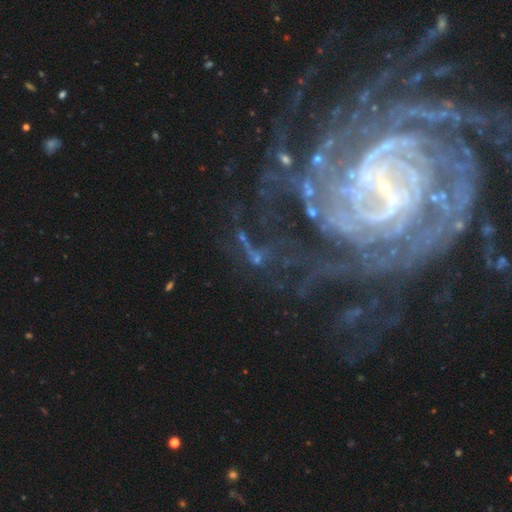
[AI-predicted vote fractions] A featured or disk galaxy (70%) with no bar (46%), tight (48%) spiral arms (88%) and a small central bulge (62%).

Vote fractions:
- Smooth or featured? featured or disk: 70% / star or artifact: 19% / smooth: 11%
- Edge-on disk? no: 94% / yes: 6%
- Bar? no: 46% / weak: 30% / strong: 25%
- Spiral arms? yes: 88% / no: 12%
- Spiral winding? tight: 48% / medium: 34% / loose: 18%
- Spiral arm count? can't tell: 26% / 2: 23% / 3: 16% / 4: 12% / more than 4: 12% / 1: 11%
- Bulge size? small: 62% / moderate: 19% / none: 12% / large: 4% / dominant: 3%
- Merging? none: 54% / major disturbance: 22% / minor disturbance: 17% / merger: 7%